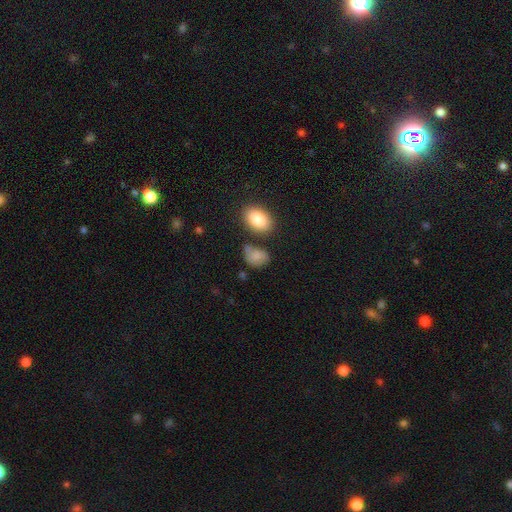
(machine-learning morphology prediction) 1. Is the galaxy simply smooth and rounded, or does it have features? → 80% smooth, 11% featured or disk, 9% star or artifact.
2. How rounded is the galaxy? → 73% in between, 25% round, 2% cigar-shaped.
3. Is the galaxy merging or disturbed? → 50% none, 25% minor disturbance, 15% merger, 9% major disturbance.